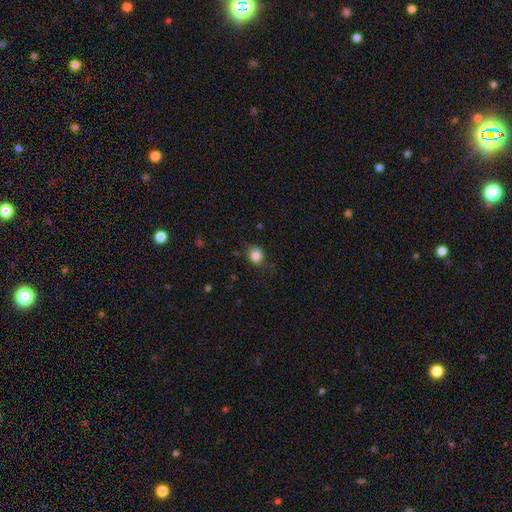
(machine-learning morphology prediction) Smooth or featured: smooth — 83% (star or artifact — 10%)
How rounded: round — 72% (in between — 27%)
Merging: none — 76% (minor disturbance — 19%)